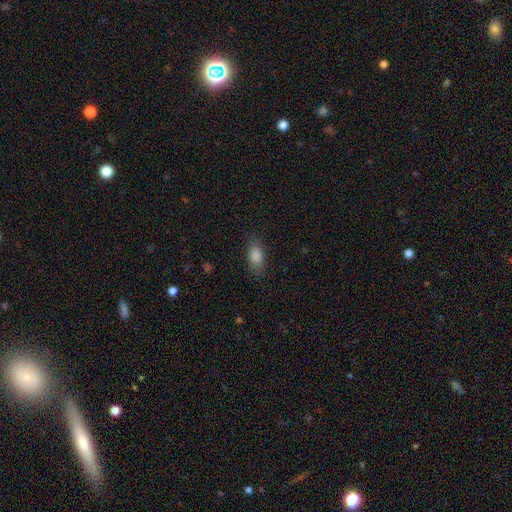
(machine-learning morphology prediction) The model was most divided on "merging": none: 84%, minor disturbance: 11%, major disturbance: 3%, merger: 1%. More confident: how rounded — in between (85%); smooth or featured — smooth (83%).